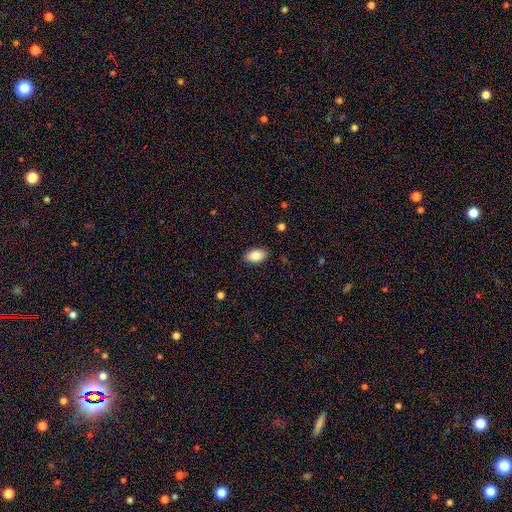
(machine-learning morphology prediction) Smooth or featured?
  - smooth: 85% *
  - star or artifact: 7%
  - featured or disk: 7%
How rounded?
  - in between: 91% *
  - round: 8%
  - cigar-shaped: 1%
Merging?
  - none: 87% *
  - minor disturbance: 10%
  - major disturbance: 2%
  - merger: 1%